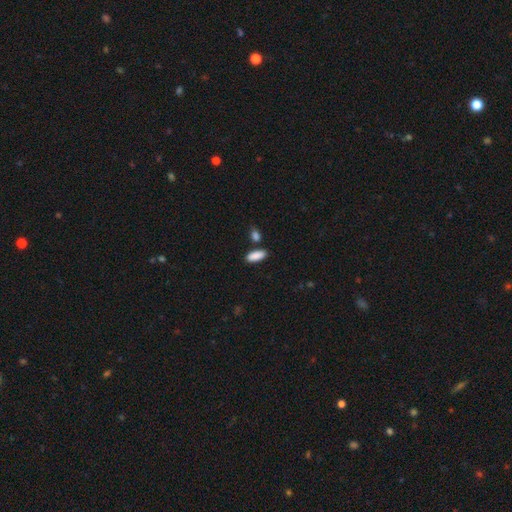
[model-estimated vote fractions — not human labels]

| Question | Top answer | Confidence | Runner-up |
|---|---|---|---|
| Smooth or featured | smooth | 90% | star or artifact (6%) |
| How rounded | in between | 81% | cigar-shaped (17%) |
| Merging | none | 78% | minor disturbance (11%) |